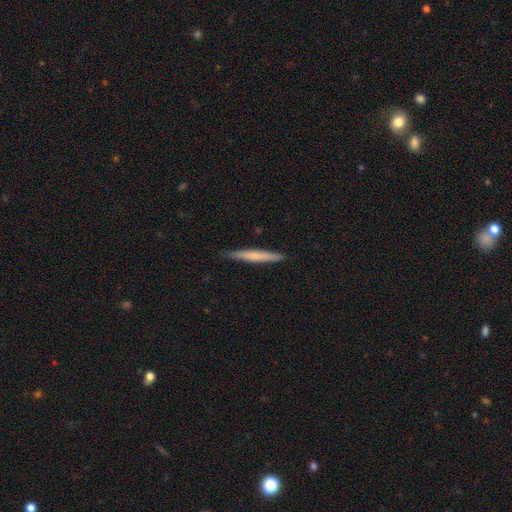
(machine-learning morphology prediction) Smooth or featured: smooth — 61% (featured or disk — 34%)
How rounded: cigar-shaped — 96% (in between — 3%)
Merging: none — 90% (minor disturbance — 8%)